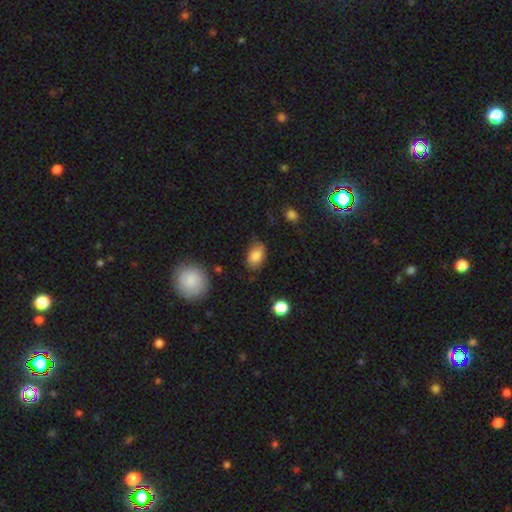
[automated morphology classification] type=smooth (84%); roundness=in between (88%); merging=none (78%).